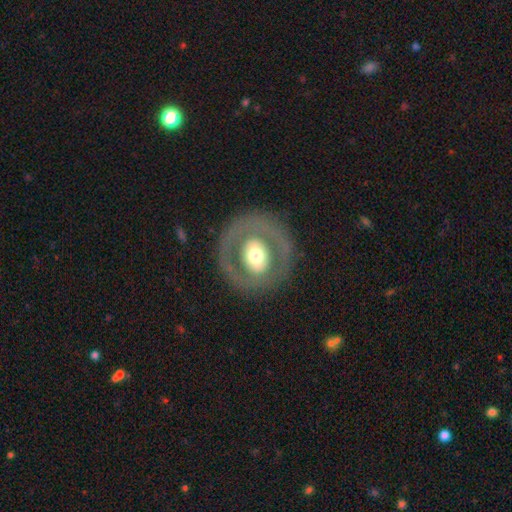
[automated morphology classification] Smooth or featured?
  - featured or disk: 53% *
  - smooth: 40%
  - star or artifact: 7%
Edge-on disk?
  - no: 93% *
  - yes: 7%
Merging?
  - none: 80% *
  - minor disturbance: 9%
  - major disturbance: 9%
  - merger: 1%